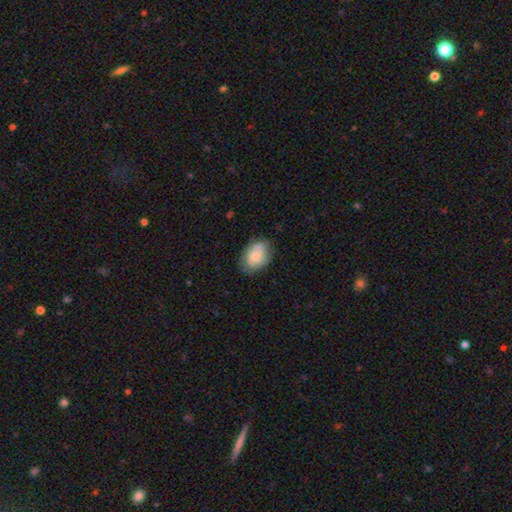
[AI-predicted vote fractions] Smooth or featured?
  - smooth: 68% *
  - featured or disk: 25%
  - star or artifact: 7%
How rounded?
  - in between: 81% *
  - round: 18%
  - cigar-shaped: 1%
Merging?
  - none: 70% *
  - minor disturbance: 22%
  - major disturbance: 6%
  - merger: 1%